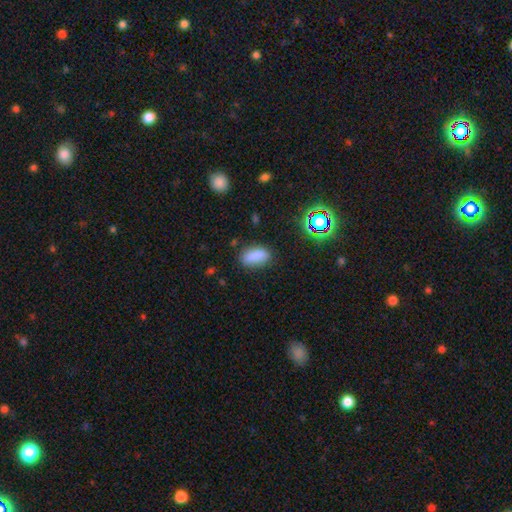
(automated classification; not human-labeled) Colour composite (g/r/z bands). It shows a smooth galaxy with no disk features (83%) that is in between round and cigar-shaped (88%). Merging: none (79%).